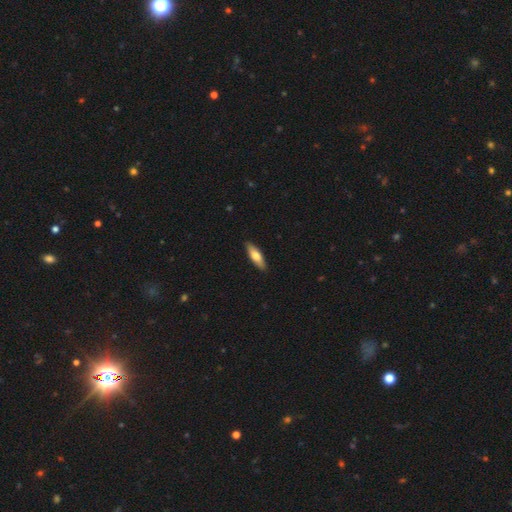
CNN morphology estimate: smooth 70%, featured or disk 25%, star or artifact 5%. Down the decision tree: how rounded — cigar-shaped (52%); merging — none (89%).